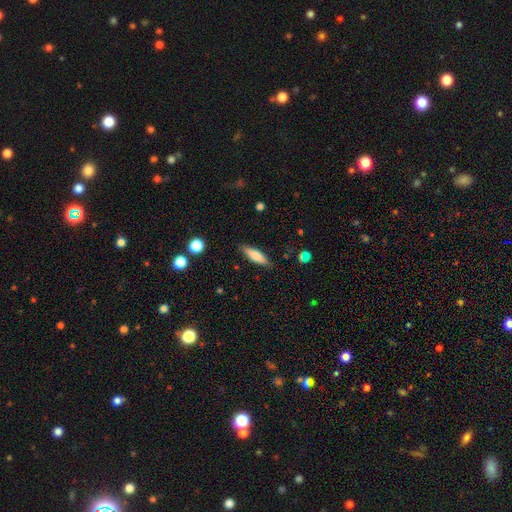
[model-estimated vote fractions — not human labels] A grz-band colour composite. It shows a smooth galaxy with no disk features (73%) that is cigar-shaped (56%). Merging: none (84%).